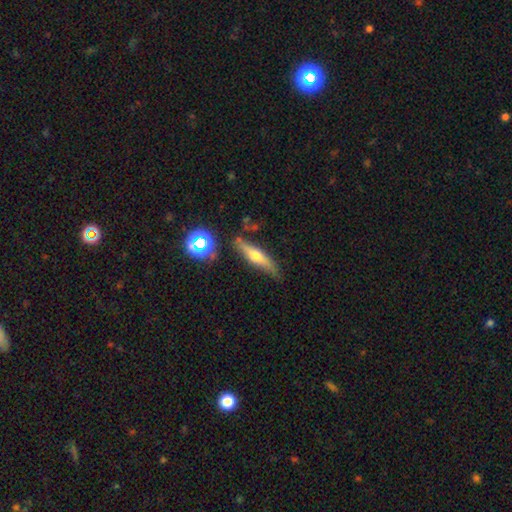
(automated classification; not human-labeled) The model was most divided on "smooth or featured": featured or disk: 52%, smooth: 38%, star or artifact: 10%. More confident: edge-on disk — yes (90%); merging — none (76%).